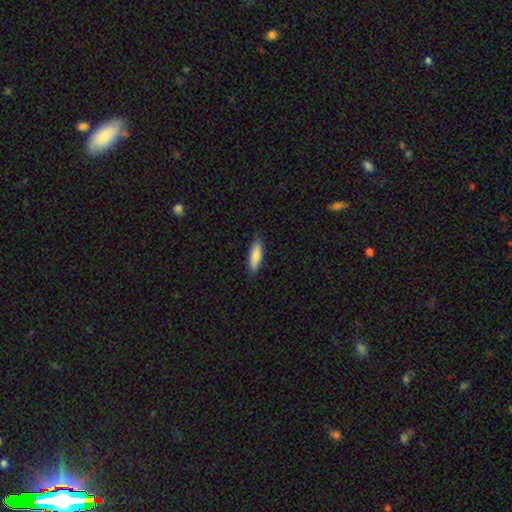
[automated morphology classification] Q: Smooth or featured?
A: smooth (85%); runner-up: featured or disk (9%)
Q: How rounded?
A: in between (51%); runner-up: cigar-shaped (48%)
Q: Merging?
A: none (86%); runner-up: minor disturbance (11%)